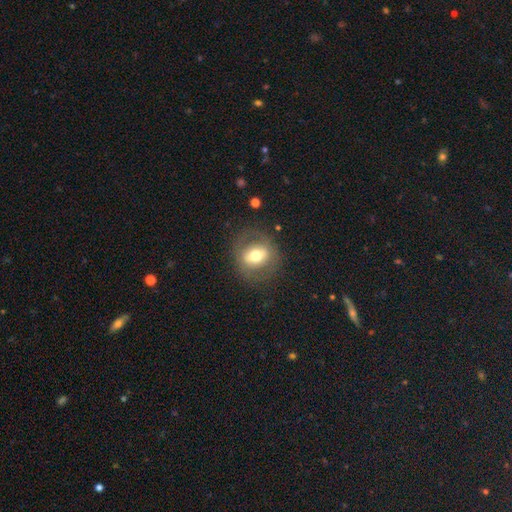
Smooth or featured: featured or disk — 53% (smooth — 47%)
Edge-on disk: no — 100%
Bar: weak — 50% (no — 30%)
Spiral arms: no — 80% (yes — 20%)
Bulge size: moderate — 95% (large — 5%)
Merging: none — 71% (minor disturbance — 16%)